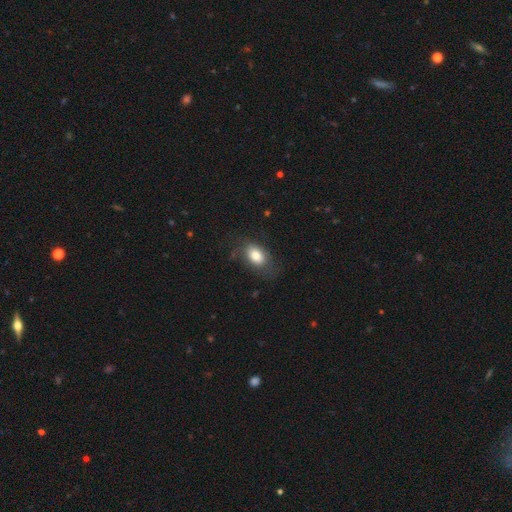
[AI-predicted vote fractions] Smooth or featured? smooth (77%)
How rounded? in between (86%)
Merging? none (67%)